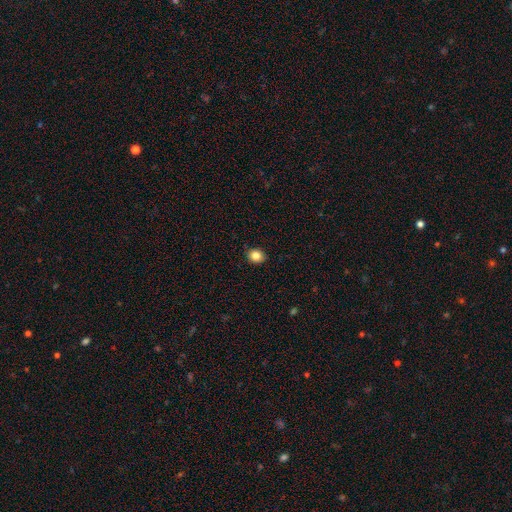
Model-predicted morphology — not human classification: Smooth or featured: smooth — 84% (star or artifact — 10%)
How rounded: round — 65% (in between — 34%)
Merging: none — 89% (minor disturbance — 8%)